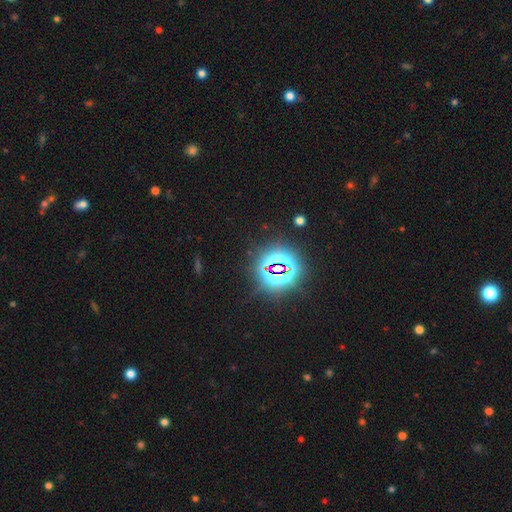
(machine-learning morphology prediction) Smooth or featured: star or artifact — 85% (smooth — 9%)